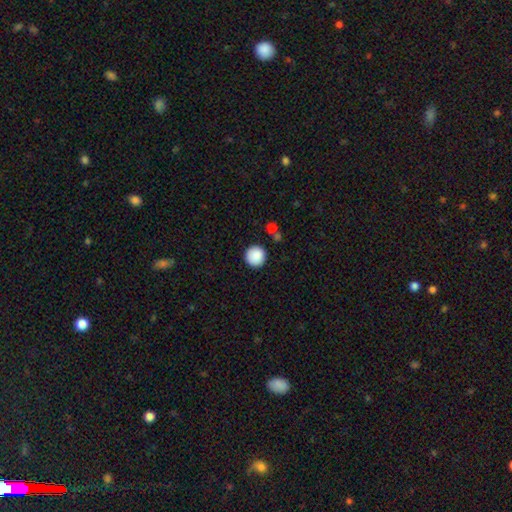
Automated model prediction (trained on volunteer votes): smooth 89%, star or artifact 8%, featured or disk 3%. Down the decision tree: how rounded — round (95%); merging — none (89%).